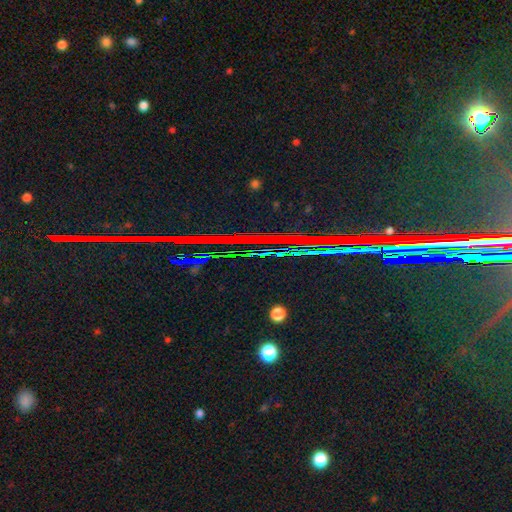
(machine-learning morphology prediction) This is clearly a star or artifact rather than a galaxy (86%).